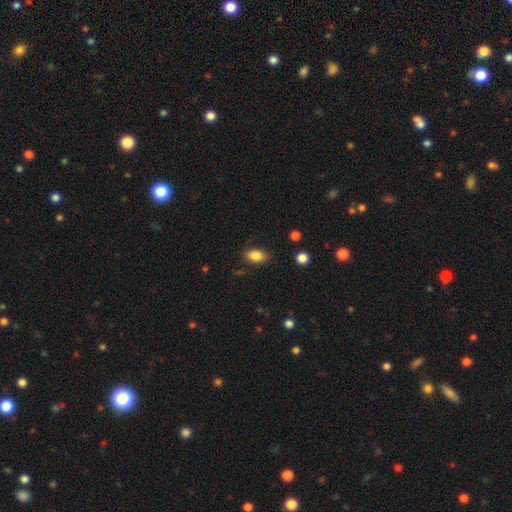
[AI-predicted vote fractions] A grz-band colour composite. It shows a smooth galaxy with no disk features (85%) that is in between round and cigar-shaped (88%). Merging: none (80%).